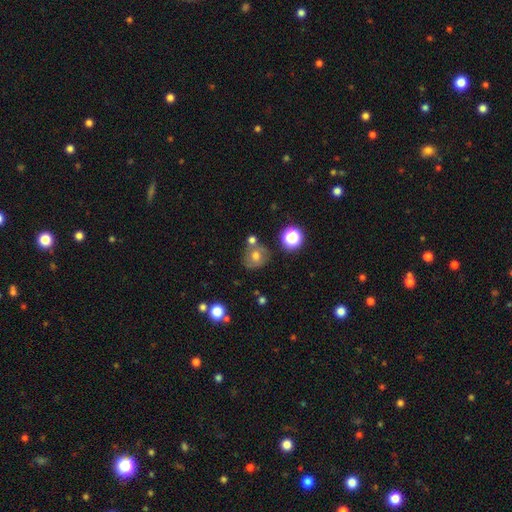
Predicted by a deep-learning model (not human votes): This appears to be a smooth galaxy with no disk features (59%) that is round (76%). Merging: none (58%).